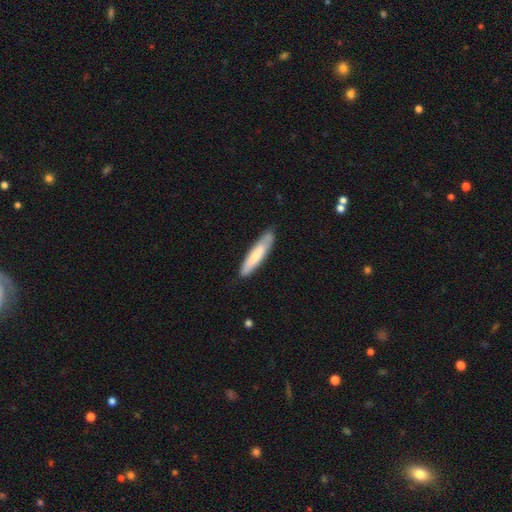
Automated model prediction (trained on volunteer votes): Smooth or featured?
  - smooth: 70% *
  - featured or disk: 25%
  - star or artifact: 5%
How rounded?
  - cigar-shaped: 82% *
  - in between: 17%
  - round: 1%
Merging?
  - none: 78% *
  - minor disturbance: 17%
  - major disturbance: 3%
  - merger: 2%